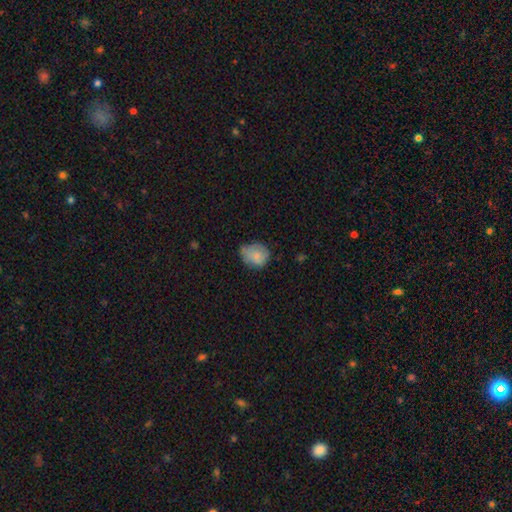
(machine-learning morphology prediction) Smooth or featured? Predicted: smooth (p=0.77). How rounded? Predicted: round (p=0.58). Merging? Predicted: none (p=0.50).